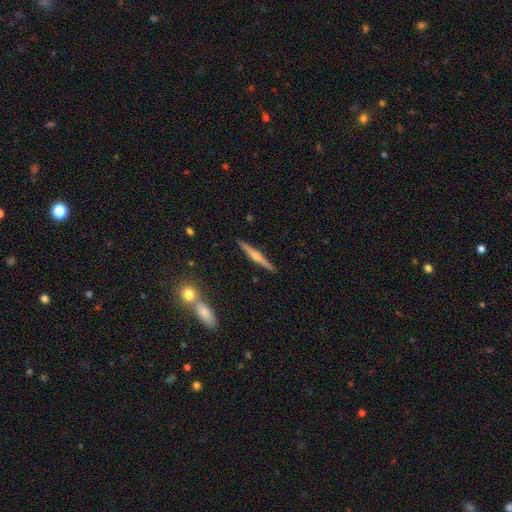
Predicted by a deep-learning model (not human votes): Smooth or featured? Predicted: featured or disk (p=0.73). Edge-on disk? Predicted: yes (p=0.98). Edge-on bulge? Predicted: rounded (p=0.84). Merging? Predicted: none (p=0.90).